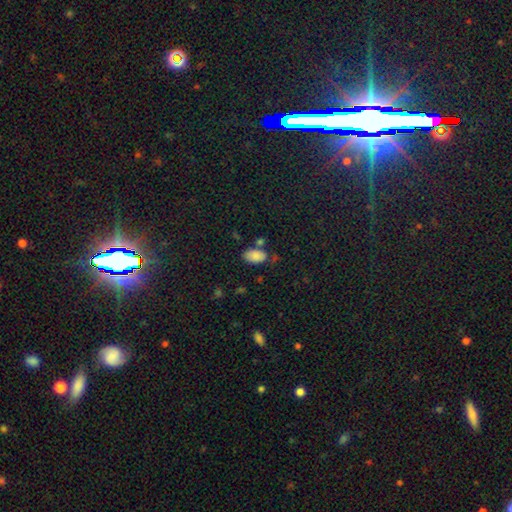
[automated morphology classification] Smooth or featured? smooth (85%)
How rounded? in between (94%)
Merging? none (65%)